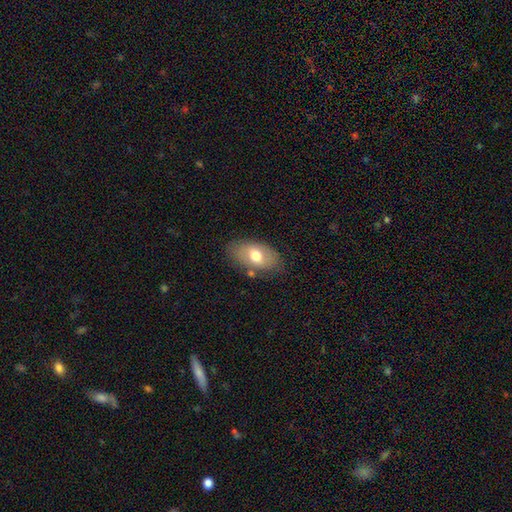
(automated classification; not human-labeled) A smooth galaxy with no disk features (65%) that is in between round and cigar-shaped (92%).

Vote fractions:
- Smooth or featured? smooth: 65% / featured or disk: 28% / star or artifact: 7%
- How rounded? in between: 92% / round: 7% / cigar-shaped: 2%
- Merging? none: 75% / minor disturbance: 17% / major disturbance: 5% / merger: 3%